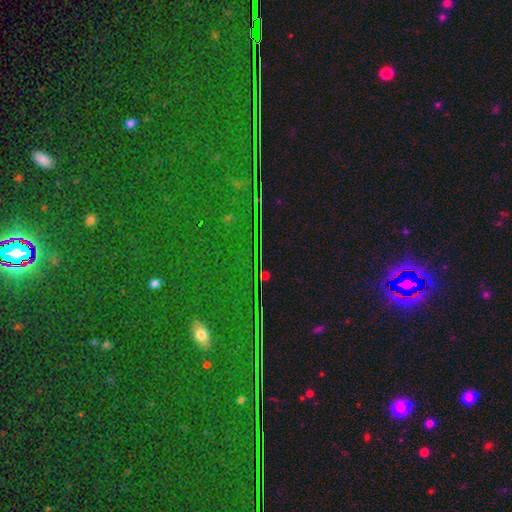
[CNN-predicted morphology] This appears to be a star or artifact, not a galaxy (86%).